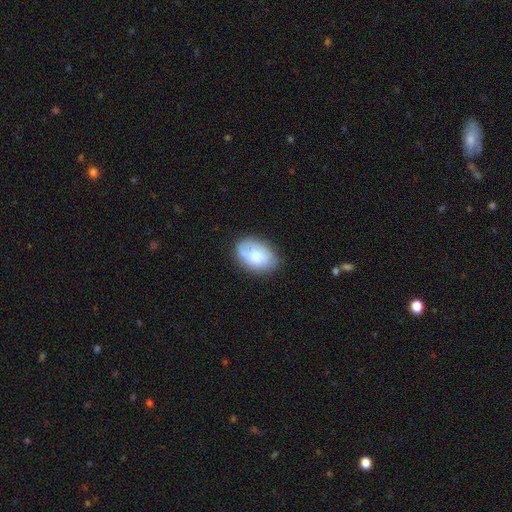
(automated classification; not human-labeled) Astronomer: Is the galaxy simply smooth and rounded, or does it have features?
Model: smooth — 75%.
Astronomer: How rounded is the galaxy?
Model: in between — 82%.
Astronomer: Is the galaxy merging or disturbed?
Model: none — 70%.